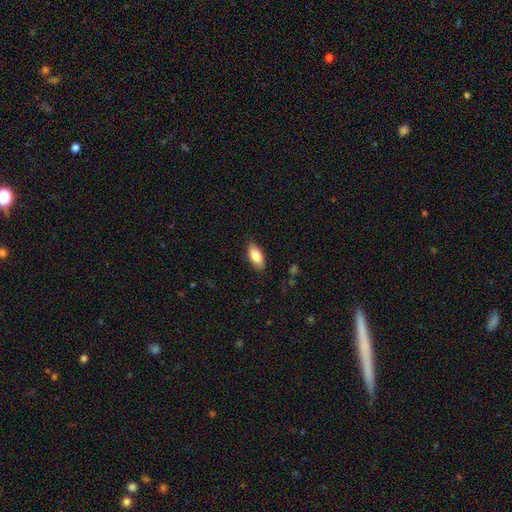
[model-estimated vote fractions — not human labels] Overall: smooth (82%). How rounded: in between (87%). Merging: none (86%).